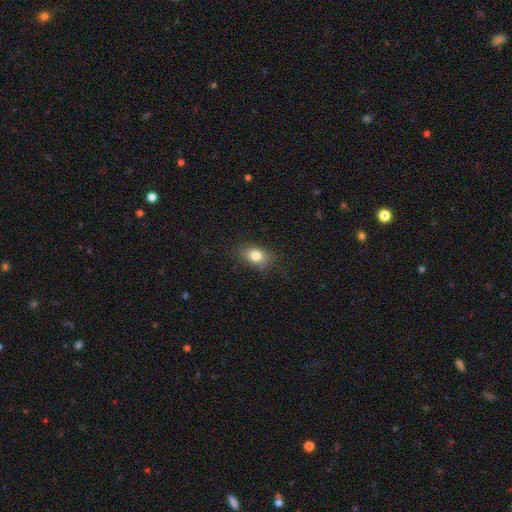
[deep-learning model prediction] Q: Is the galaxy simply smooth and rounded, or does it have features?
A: smooth — 80%.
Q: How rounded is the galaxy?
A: in between — 77%.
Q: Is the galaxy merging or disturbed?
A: none — 80%.